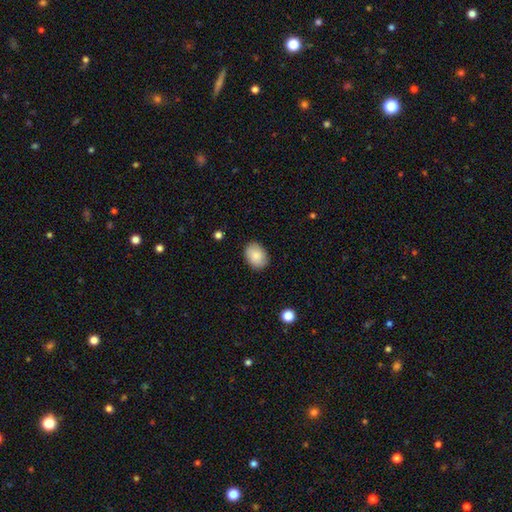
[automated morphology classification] Smooth or featured: smooth — 85% (featured or disk — 9%)
How rounded: in between — 76% (round — 23%)
Merging: none — 86% (minor disturbance — 11%)